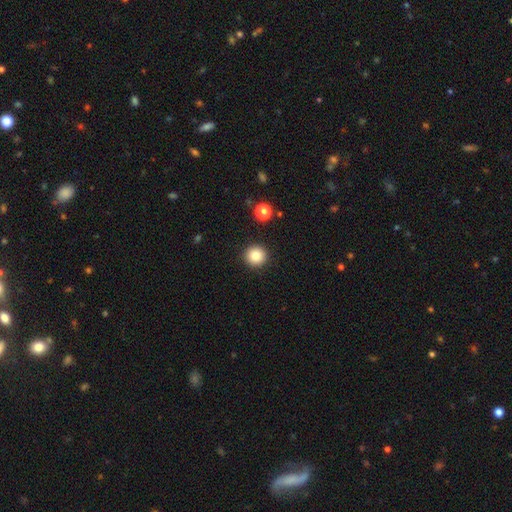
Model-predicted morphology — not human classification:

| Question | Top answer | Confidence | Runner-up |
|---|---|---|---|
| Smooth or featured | smooth | 85% | star or artifact (10%) |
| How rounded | round | 95% | in between (4%) |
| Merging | none | 92% | minor disturbance (5%) |